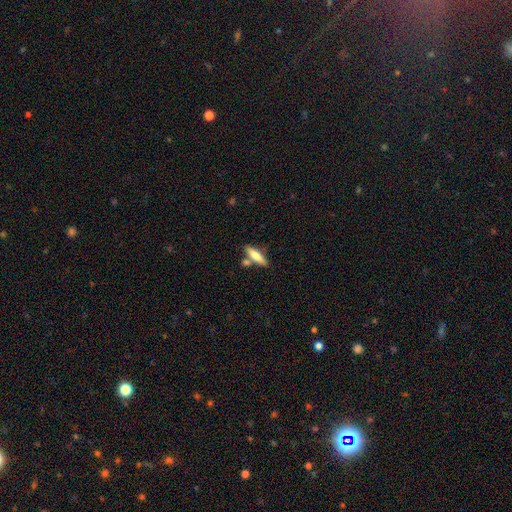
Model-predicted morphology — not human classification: This appears to be a smooth galaxy with no disk features (66%) that is cigar-shaped (69%). Merging: none (68%).